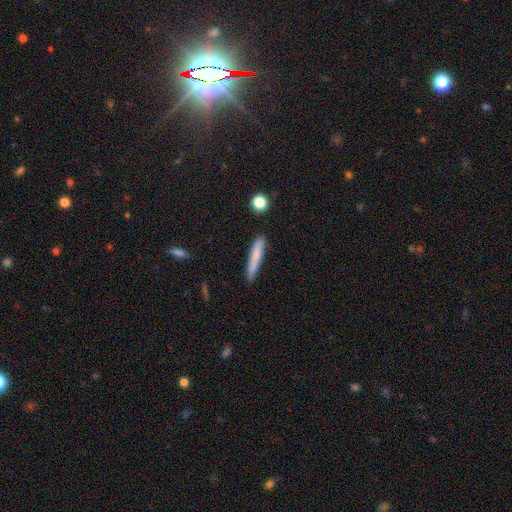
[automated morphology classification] A smooth galaxy with no disk features (75%) that is cigar-shaped (94%).

Vote fractions:
- Smooth or featured? smooth: 75% / featured or disk: 18% / star or artifact: 7%
- How rounded? cigar-shaped: 94% / in between: 5% / round: 1%
- Merging? none: 83% / minor disturbance: 13% / major disturbance: 2% / merger: 2%